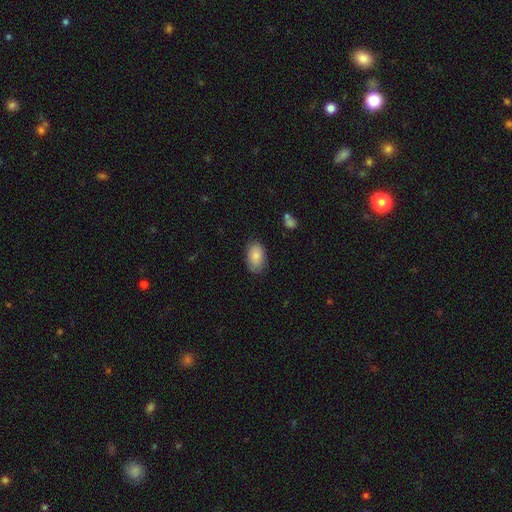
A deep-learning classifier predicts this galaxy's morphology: Overall: smooth (86%). How rounded: in between (92%). Merging: none (82%).